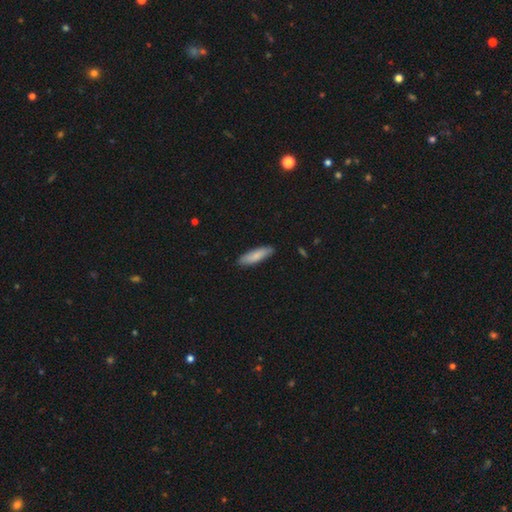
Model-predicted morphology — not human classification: Smooth or featured? smooth (79%)
How rounded? cigar-shaped (58%)
Merging? none (87%)